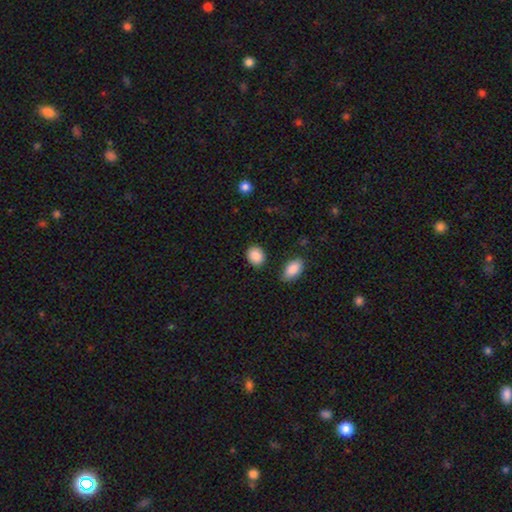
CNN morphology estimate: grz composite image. It shows a smooth galaxy with no disk features (89%) that is round (54%). Merging: none (85%).